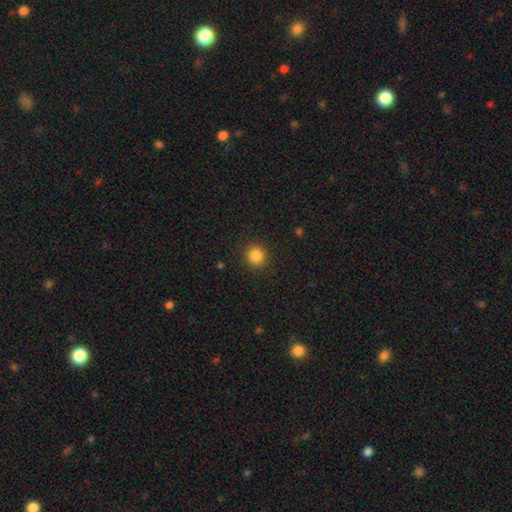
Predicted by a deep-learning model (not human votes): Morphology: type=smooth (85%); roundness=round (93%); merging=none (90%).